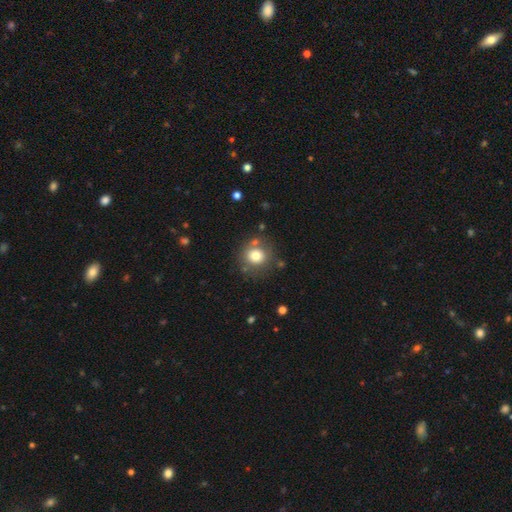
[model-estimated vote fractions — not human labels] This appears to be a smooth galaxy with no disk features (76%) that is round (89%). Merging: none (76%).